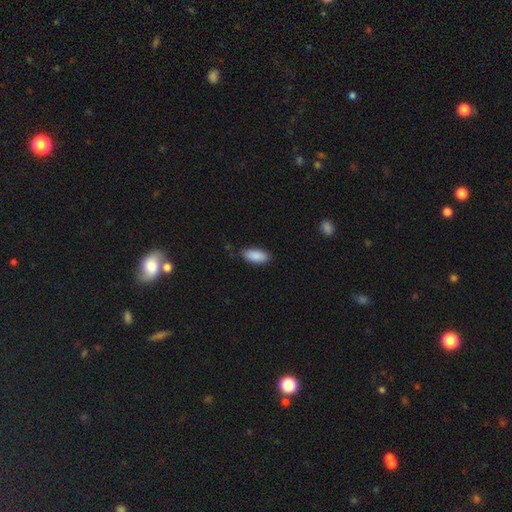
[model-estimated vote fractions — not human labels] Q: Smooth or featured?
A: smooth (90%); runner-up: star or artifact (6%)
Q: How rounded?
A: in between (88%); runner-up: cigar-shaped (10%)
Q: Merging?
A: none (81%); runner-up: minor disturbance (15%)